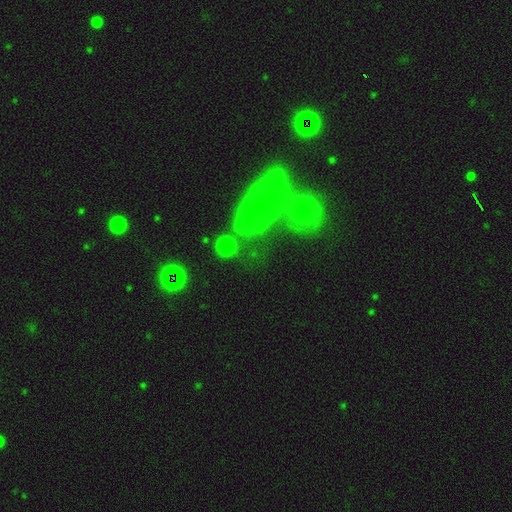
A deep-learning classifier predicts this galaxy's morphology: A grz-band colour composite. It shows a featured or disk galaxy (48%). Merging: none (42%).